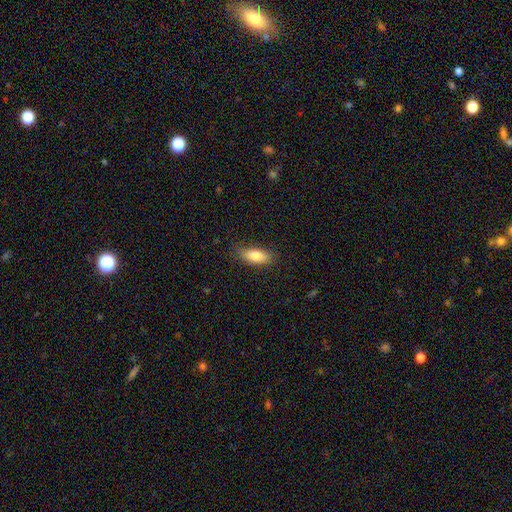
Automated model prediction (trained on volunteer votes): This is clearly a smooth galaxy (81%). How rounded: likely in between (76%). Merging: clearly none (82%).